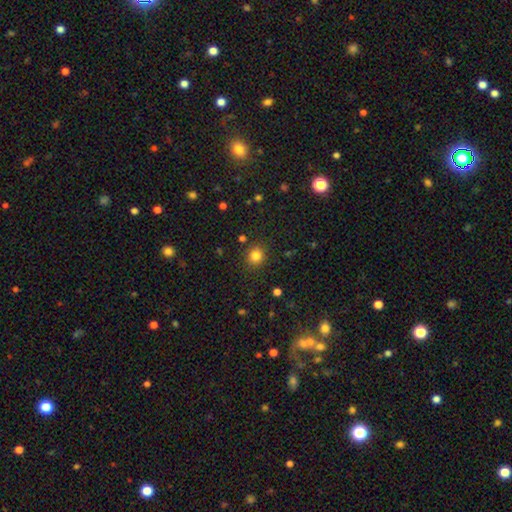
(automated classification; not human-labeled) smooth_or_featured: smooth (p=0.82) [alt: star or artifact p=0.13]
how_rounded: round (p=0.85) [alt: in between p=0.14]
merging: none (p=0.88) [alt: minor disturbance p=0.07]